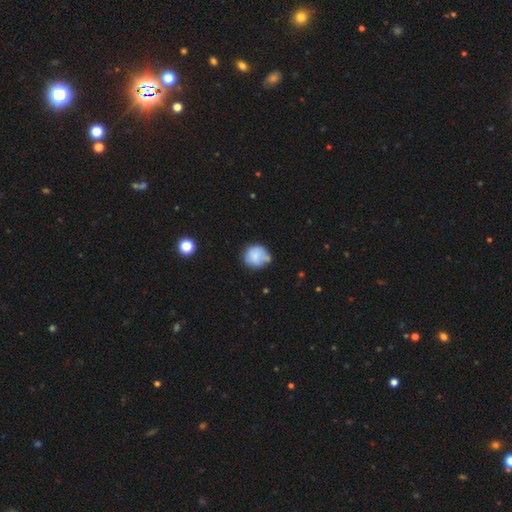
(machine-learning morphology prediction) type=smooth (78%); roundness=round (86%); merging=none (56%).